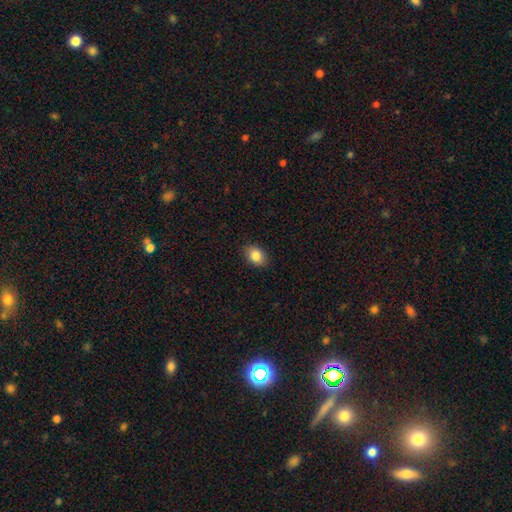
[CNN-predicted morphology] smooth-or-featured: smooth: 86% | star or artifact: 8% | featured or disk: 6%
  how-rounded: in between: 76% | round: 23% | cigar-shaped: 1%
  merging: none: 87% | minor disturbance: 10% | major disturbance: 2% | merger: 1%